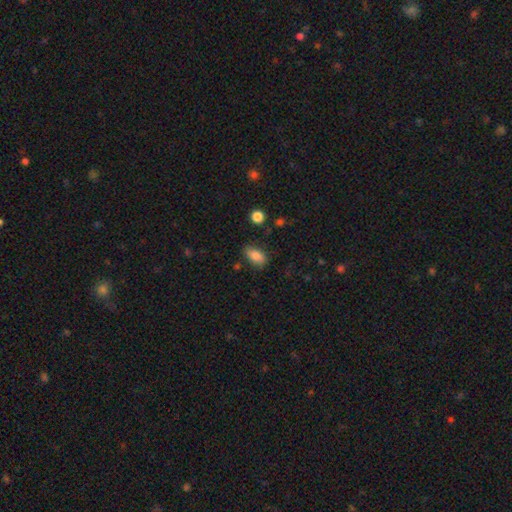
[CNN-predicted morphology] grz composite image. It shows a smooth galaxy with no disk features (80%) that is in between round and cigar-shaped (88%). Merging: none (77%).